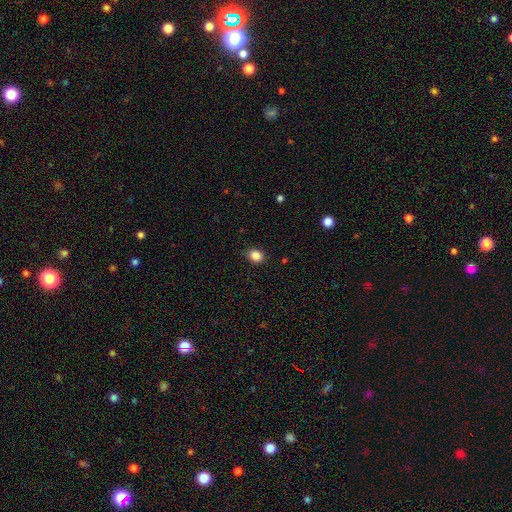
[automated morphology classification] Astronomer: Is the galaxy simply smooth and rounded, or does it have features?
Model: smooth — 85%.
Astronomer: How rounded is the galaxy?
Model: round — 54% (runner-up: in between, 45%).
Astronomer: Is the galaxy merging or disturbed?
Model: none — 87%.